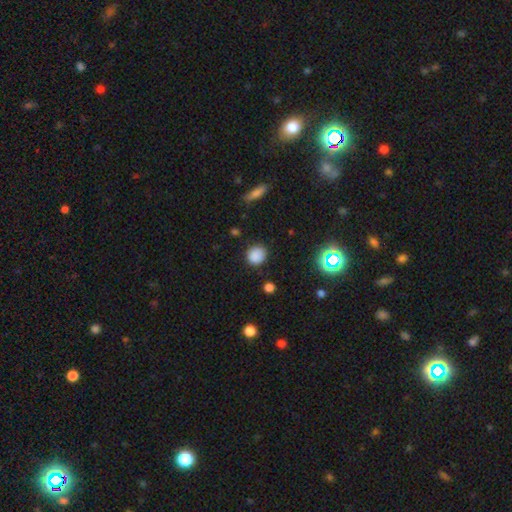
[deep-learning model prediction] A smooth galaxy with no disk features (83%) that is round (87%). Merging: none (86%).